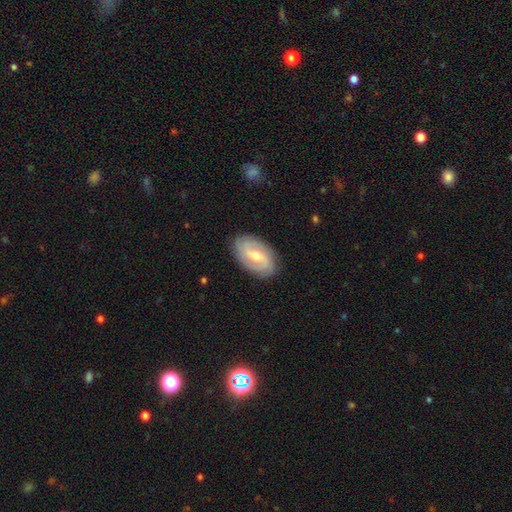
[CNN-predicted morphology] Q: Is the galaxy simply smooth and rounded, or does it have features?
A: featured or disk — 72%.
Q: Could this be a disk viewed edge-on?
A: no — 95%.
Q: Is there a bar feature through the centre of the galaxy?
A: weak — 55%.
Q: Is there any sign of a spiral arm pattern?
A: yes — 90%.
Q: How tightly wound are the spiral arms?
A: medium — 39%.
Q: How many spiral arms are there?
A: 2 — 57%.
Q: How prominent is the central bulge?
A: moderate — 48%, tied with small.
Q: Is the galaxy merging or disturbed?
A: none — 85%.